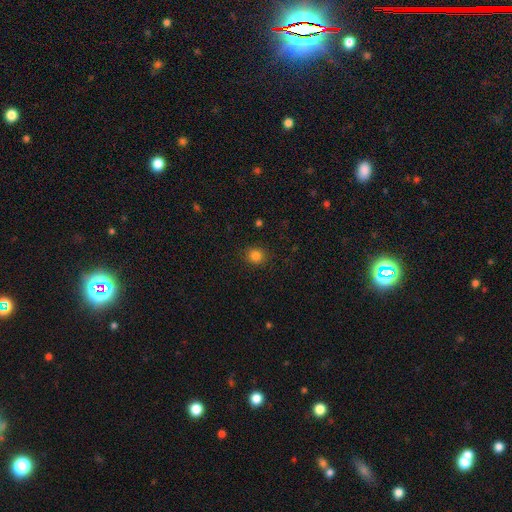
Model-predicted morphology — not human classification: Smooth or featured? smooth (83%)
How rounded? round (85%)
Merging? none (89%)